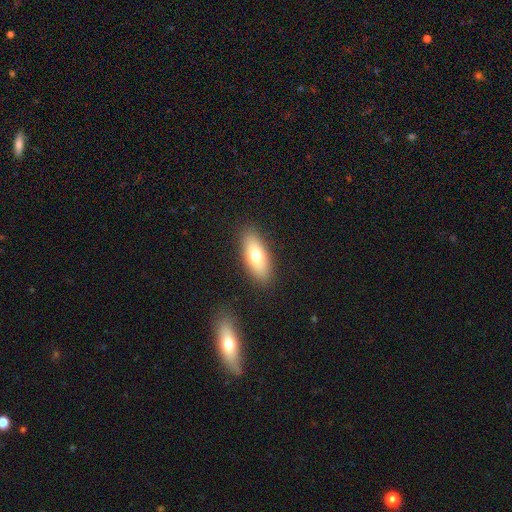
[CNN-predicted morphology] smooth-or-featured: smooth: 71% | featured or disk: 22% | star or artifact: 7%
  how-rounded: in between: 76% | cigar-shaped: 21% | round: 3%
  merging: none: 88% | minor disturbance: 9% | major disturbance: 3% | merger: 1%